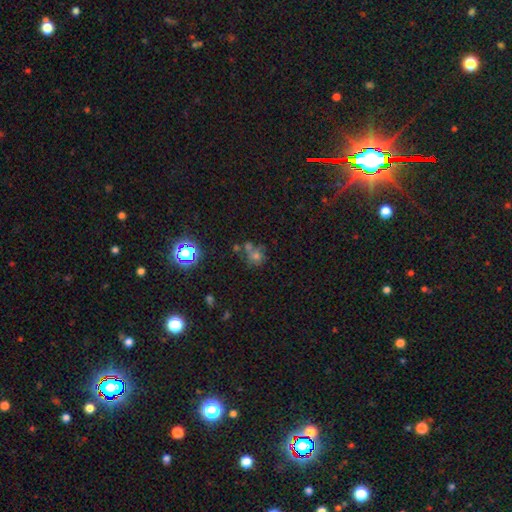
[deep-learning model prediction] A smooth galaxy with no disk features (54%) that is round (75%).

Vote fractions:
- Smooth or featured? smooth: 54% / star or artifact: 28% / featured or disk: 18%
- How rounded? round: 75% / in between: 24% / cigar-shaped: 1%
- Merging? none: 43% / merger: 33% / minor disturbance: 14% / major disturbance: 10%